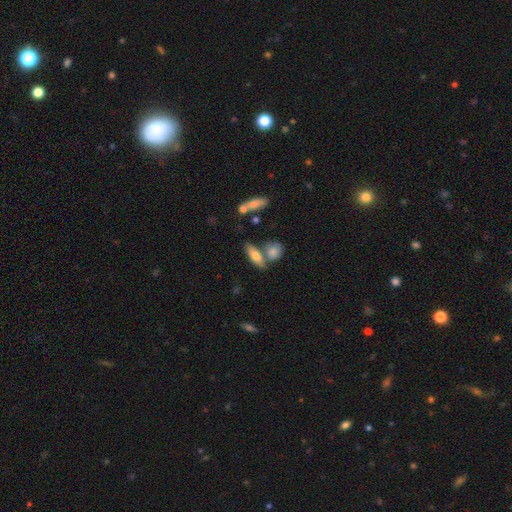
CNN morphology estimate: Q: Smooth or featured?
A: smooth (68%); runner-up: featured or disk (24%)
Q: How rounded?
A: in between (59%); runner-up: cigar-shaped (37%)
Q: Merging?
A: none (57%); runner-up: merger (26%)